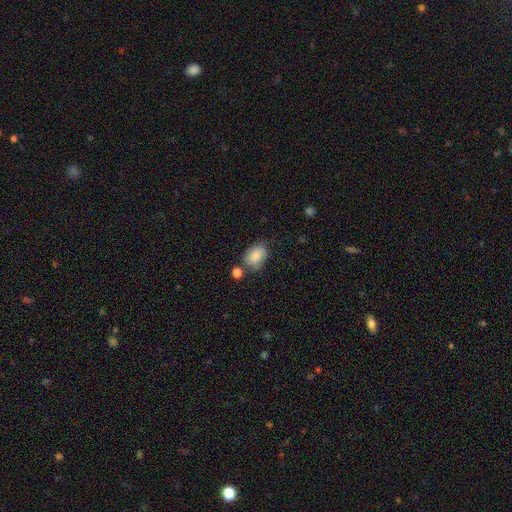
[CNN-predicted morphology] Overall: smooth (80%). How rounded: in between (83%). Merging: none (57%; minor disturbance 25%).